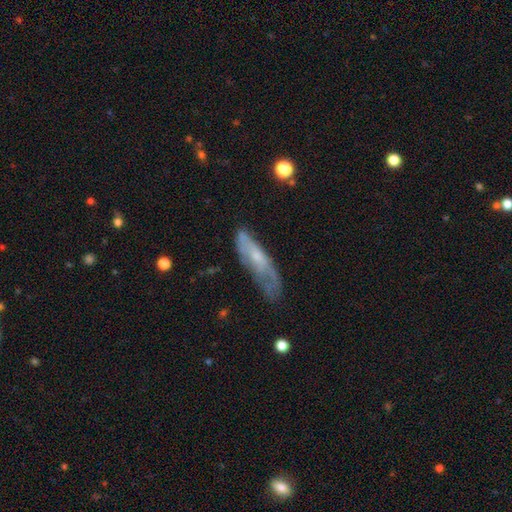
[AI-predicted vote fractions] Smooth or featured: featured or disk — 50% (smooth — 42%)
Merging: none — 44% (minor disturbance — 32%)